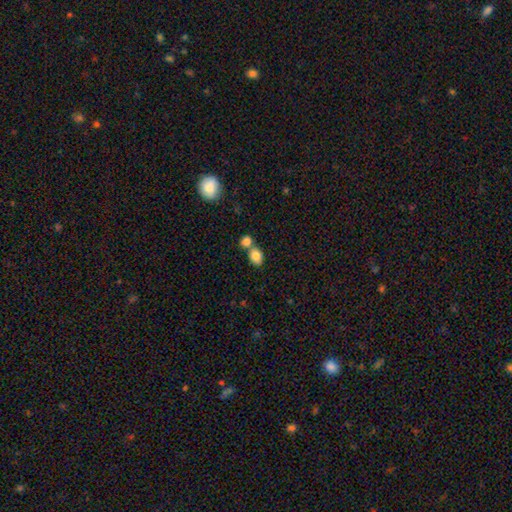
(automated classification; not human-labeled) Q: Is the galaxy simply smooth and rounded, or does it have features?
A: smooth — 83%.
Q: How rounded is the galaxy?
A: in between — 68%.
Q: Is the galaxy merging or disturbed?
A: merger — 46%.